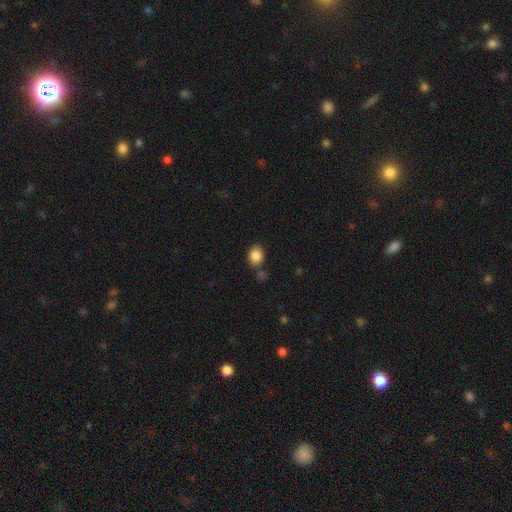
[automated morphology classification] smooth 86%, star or artifact 9%, featured or disk 5%. Down the decision tree: how rounded — in between (55%); merging — none (74%).